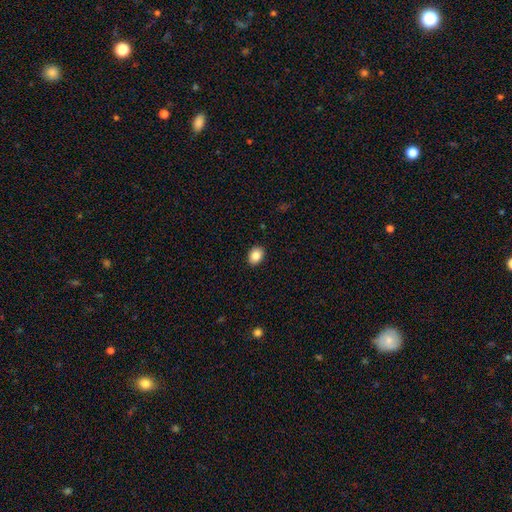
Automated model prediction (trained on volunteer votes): Overall: smooth (86%). How rounded: in between (64%; round 35%). Merging: none (90%).